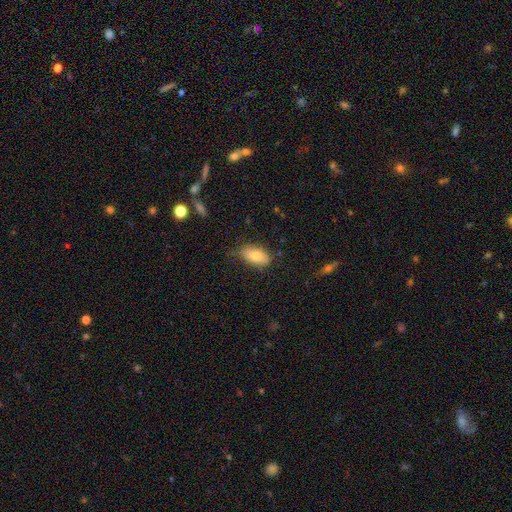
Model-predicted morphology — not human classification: smooth_or_featured: smooth (p=0.79) [alt: featured or disk p=0.14]
how_rounded: in between (p=0.91) [alt: round p=0.04]
merging: none (p=0.71) [alt: minor disturbance p=0.23]